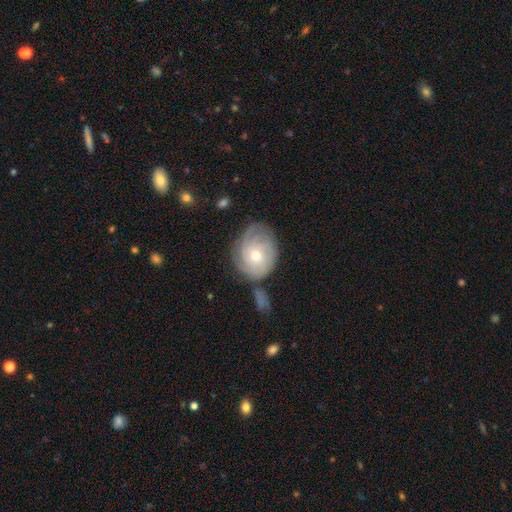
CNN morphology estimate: smooth-or-featured: featured or disk: 69% | smooth: 25% | star or artifact: 7%
  disk-edge-on: no: 97% | yes: 3%
    bar: no: 72% | weak: 24% | strong: 3%
    has-spiral-arms: yes: 90% | no: 10%
      spiral-winding: tight: 69% | medium: 23% | loose: 8%
      spiral-arm-count: can't tell: 42% | 3: 20% | 4: 17% | 2: 10% | more than 4: 6% | 1: 5%
    bulge-size: moderate: 60% | small: 35% | large: 3% | none: 1% | dominant: 1%
  merging: none: 65% | minor disturbance: 20% | merger: 8% | major disturbance: 8%